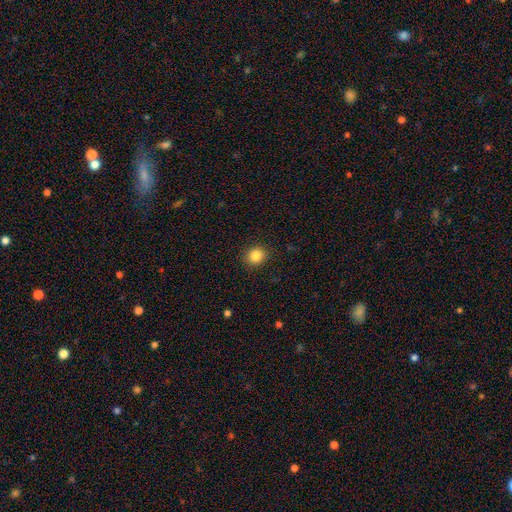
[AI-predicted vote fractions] This is clearly a smooth galaxy (85%). How rounded: likely round (80%). Merging: clearly none (90%).